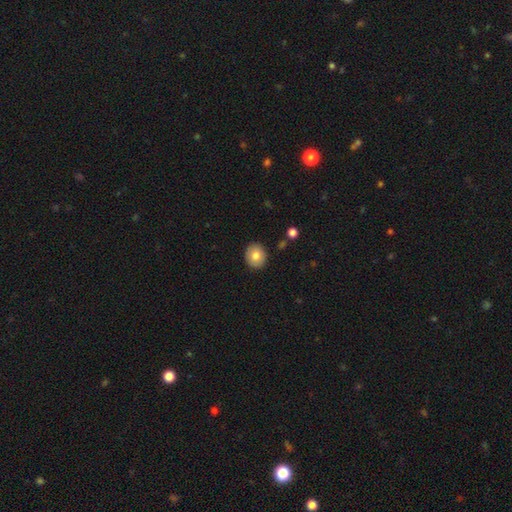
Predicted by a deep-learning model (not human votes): smooth_or_featured: smooth (p=0.80) [alt: featured or disk p=0.11]
how_rounded: round (p=0.74) [alt: in between p=0.25]
merging: none (p=0.90) [alt: minor disturbance p=0.07]